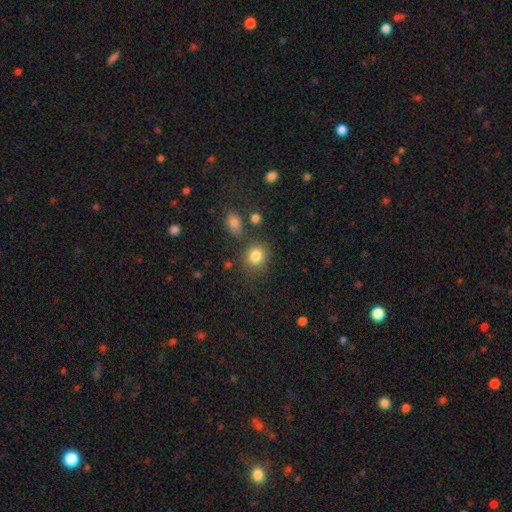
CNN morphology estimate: Overall: smooth (82%). How rounded: round (75%). Merging: none (75%).